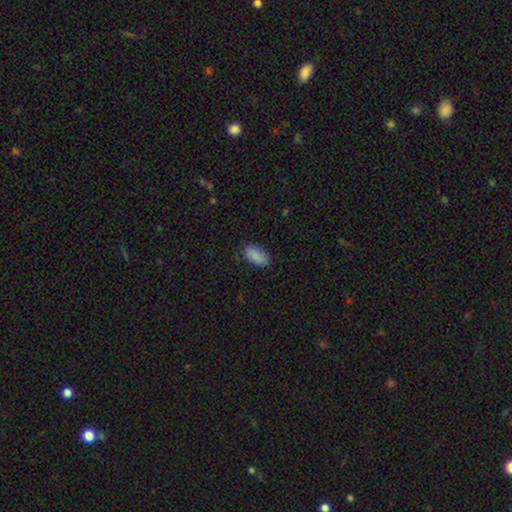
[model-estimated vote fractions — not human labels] Overall: smooth (88%). How rounded: in between (92%). Merging: none (81%).